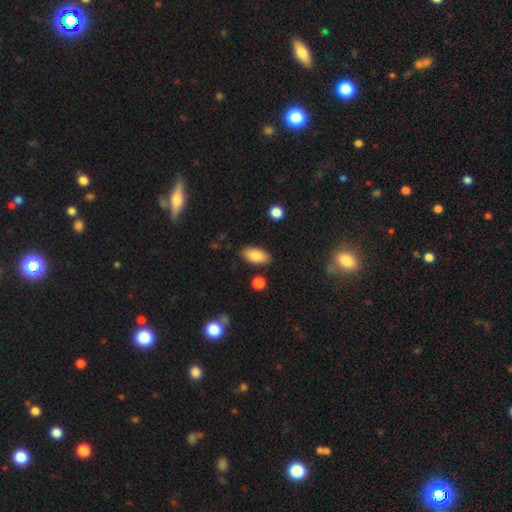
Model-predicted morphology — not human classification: type=smooth (85%); roundness=in between (90%); merging=none (86%).